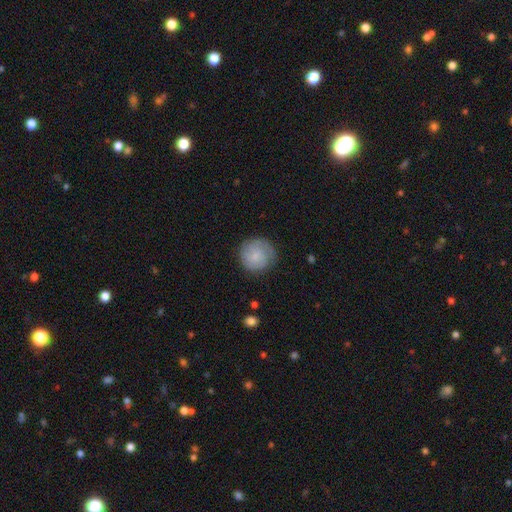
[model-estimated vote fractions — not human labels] smooth-or-featured: smooth: 67% | featured or disk: 27% | star or artifact: 7%
  how-rounded: round: 93% | in between: 6% | cigar-shaped: 1%
  merging: none: 77% | minor disturbance: 16% | major disturbance: 5% | merger: 1%